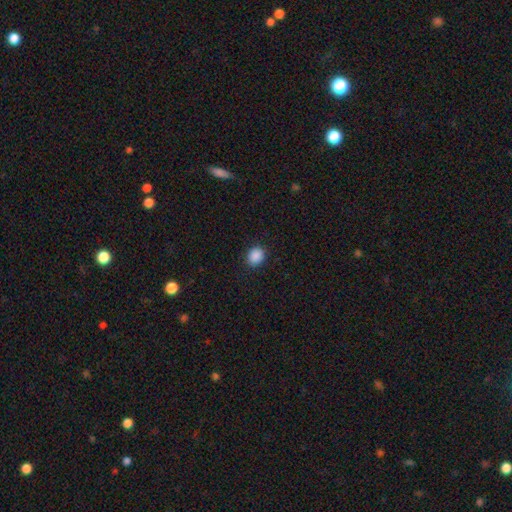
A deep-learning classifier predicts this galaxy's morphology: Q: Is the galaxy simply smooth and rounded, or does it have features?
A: smooth — 88%.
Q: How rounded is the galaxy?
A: round — 68%.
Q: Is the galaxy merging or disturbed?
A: none — 89%.